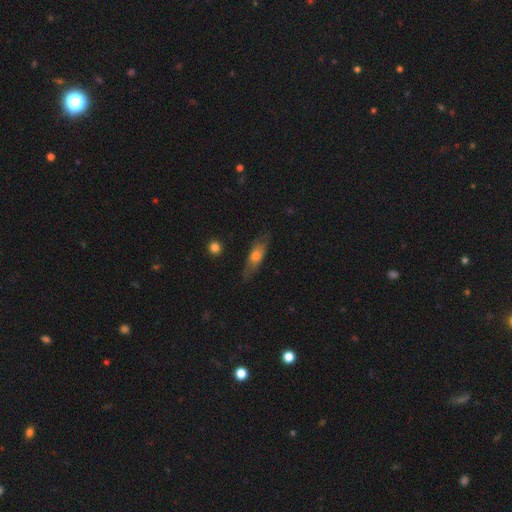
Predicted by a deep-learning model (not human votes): Smooth or featured: smooth — 60% (featured or disk — 33%)
How rounded: cigar-shaped — 48% (tied with in between — 48%)
Merging: none — 75% (minor disturbance — 19%)